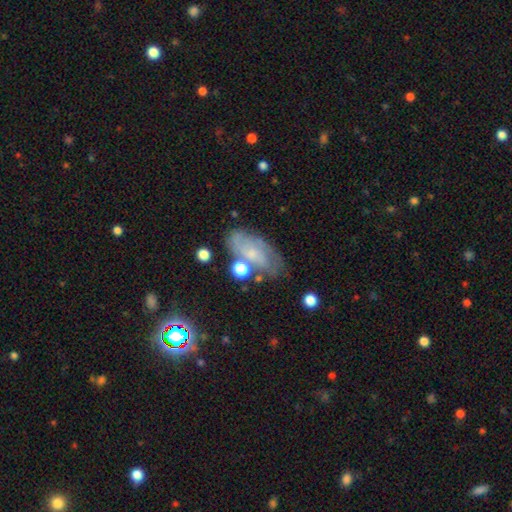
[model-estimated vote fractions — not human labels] The model was most divided on "smooth or featured": featured or disk: 53%, smooth: 36%, star or artifact: 11%. More confident: edge-on disk — no (92%); merging — none (59%).